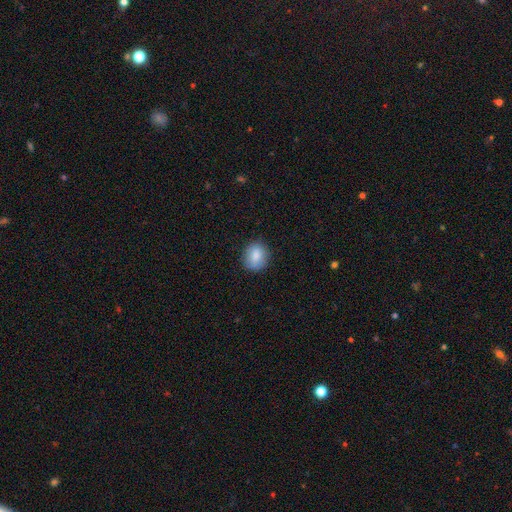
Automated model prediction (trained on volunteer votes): Morphology: type=smooth (85%); roundness=round (74%); merging=none (84%).